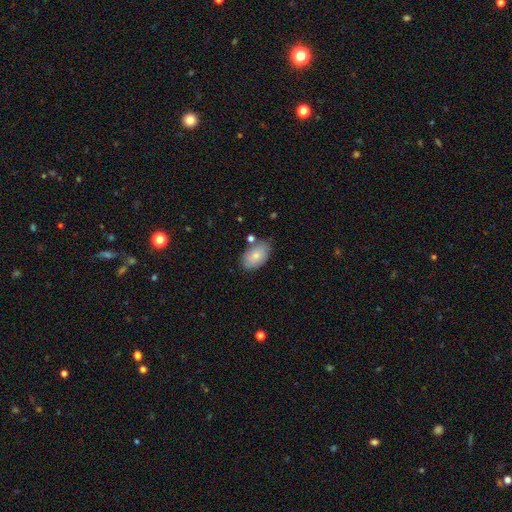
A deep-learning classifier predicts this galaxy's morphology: type=smooth (79%); roundness=in between (92%); merging=none (75%).